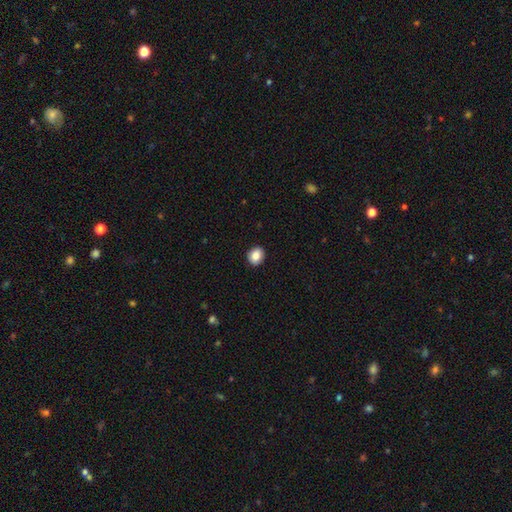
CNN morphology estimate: Smooth or featured? smooth (87%)
How rounded? round (57%)
Merging? none (91%)